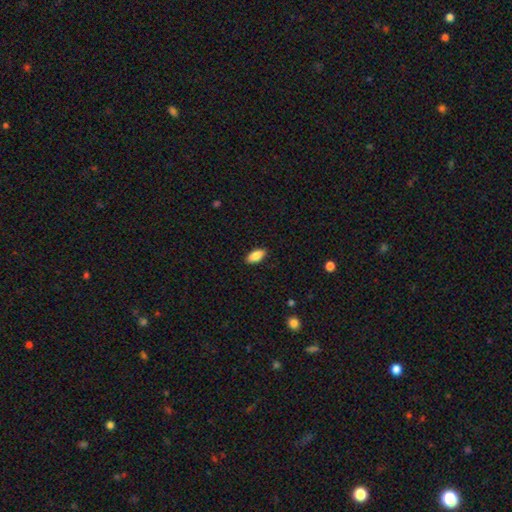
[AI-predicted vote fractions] smooth 87%, featured or disk 7%, star or artifact 7%. Down the decision tree: how rounded — in between (90%); merging — none (89%).